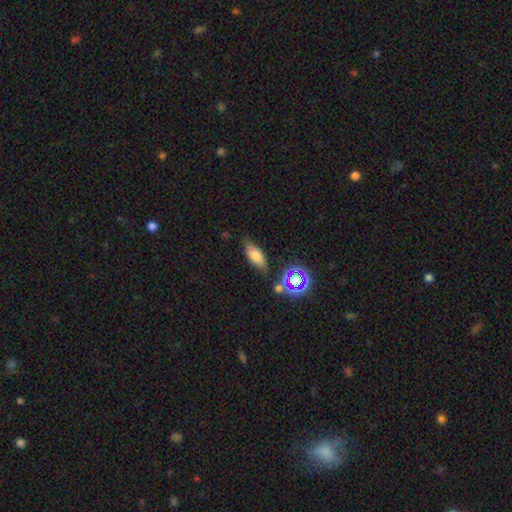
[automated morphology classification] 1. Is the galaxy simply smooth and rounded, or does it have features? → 71% smooth, 15% star or artifact, 14% featured or disk.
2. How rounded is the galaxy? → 77% in between, 17% cigar-shaped, 6% round.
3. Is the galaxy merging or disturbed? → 69% none, 20% minor disturbance, 6% major disturbance, 5% merger.